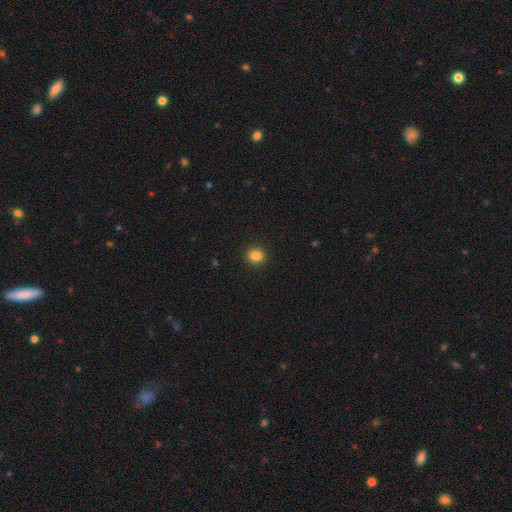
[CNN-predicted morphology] A smooth galaxy with no disk features (84%) that is round (86%). Merging: none (92%).